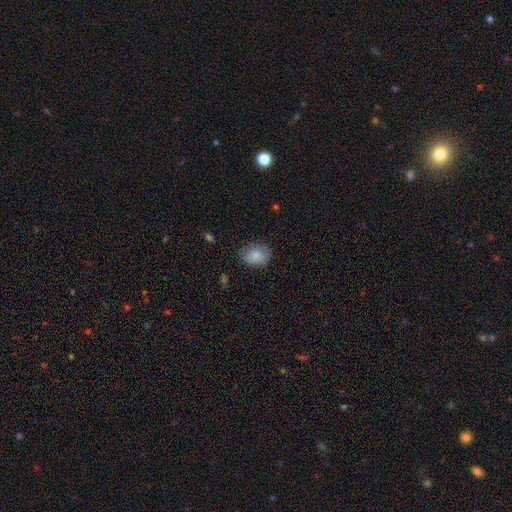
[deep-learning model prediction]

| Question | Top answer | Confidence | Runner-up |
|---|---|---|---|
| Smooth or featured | smooth | 85% | featured or disk (7%) |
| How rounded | in between | 54% | round (45%) |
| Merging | none | 75% | minor disturbance (19%) |